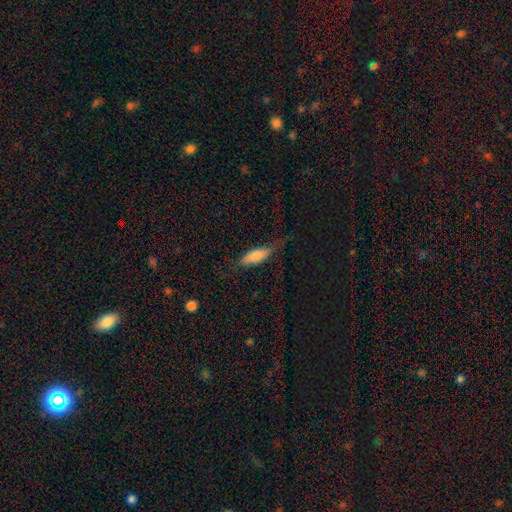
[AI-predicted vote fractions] smooth-or-featured: smooth: 74% | featured or disk: 20% | star or artifact: 7%
  how-rounded: in between: 59% | cigar-shaped: 38% | round: 2%
  merging: none: 61% | minor disturbance: 26% | major disturbance: 12% | merger: 2%